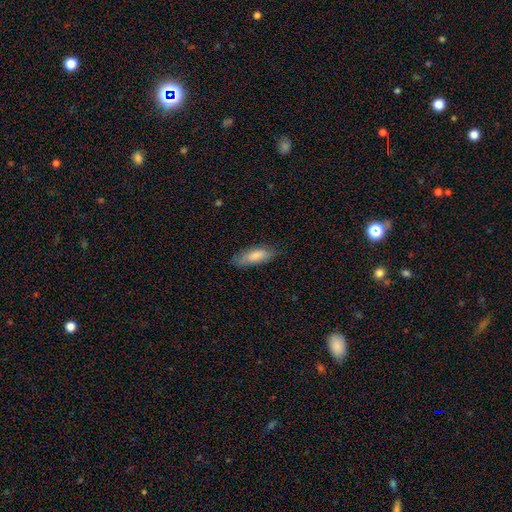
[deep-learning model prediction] This is clearly a smooth galaxy (80%). How rounded: possibly in between (60%). Merging: likely none (75%).